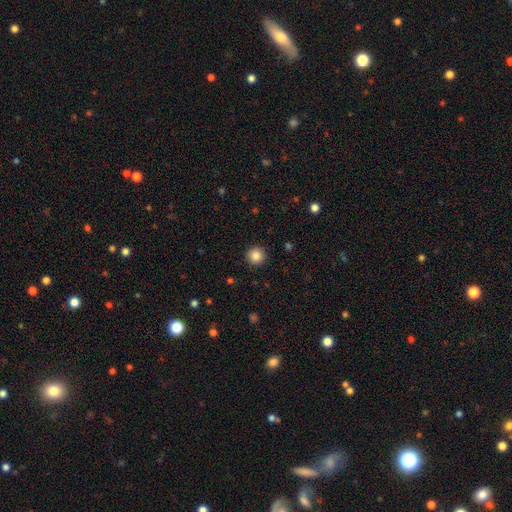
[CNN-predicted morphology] This is clearly a smooth galaxy (86%). How rounded: clearly round (96%). Merging: clearly none (93%).